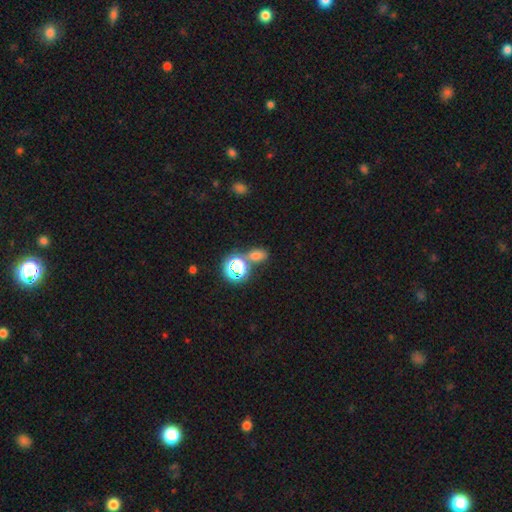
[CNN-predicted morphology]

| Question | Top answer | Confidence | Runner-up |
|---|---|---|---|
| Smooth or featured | smooth | 61% | star or artifact (31%) |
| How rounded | in between | 72% | round (25%) |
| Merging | none | 64% | merger (19%) |